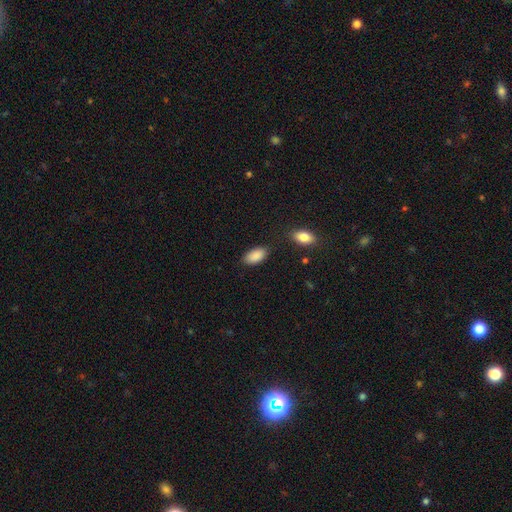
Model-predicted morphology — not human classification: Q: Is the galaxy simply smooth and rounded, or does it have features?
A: smooth — 90%.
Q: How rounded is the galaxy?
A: in between — 94%.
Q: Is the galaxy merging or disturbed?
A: none — 81%.